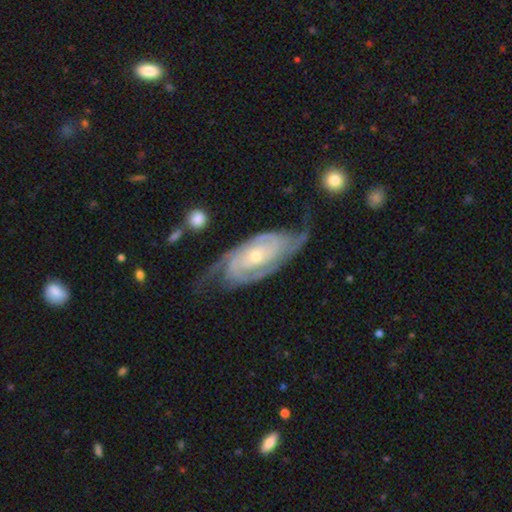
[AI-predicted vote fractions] Smooth or featured? Predicted: featured or disk (p=0.91). Edge-on disk? Predicted: no (p=0.95). Bar? Predicted: no (p=0.61). Spiral arms? Predicted: yes (p=0.98). Spiral winding? Predicted: tight (p=0.62). Spiral arm count? Predicted: 2 (p=0.59). Bulge size? Predicted: small (p=0.64). Merging? Predicted: none (p=0.65).